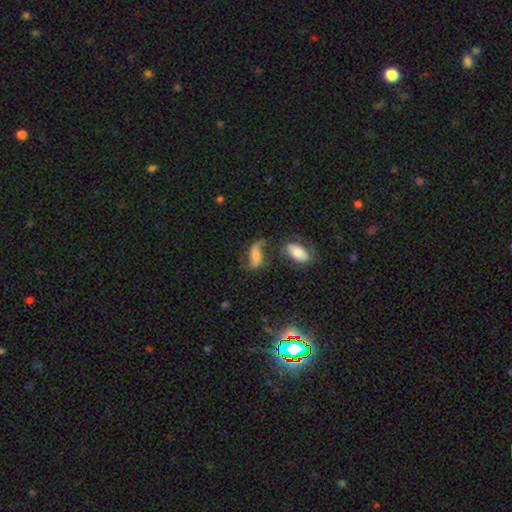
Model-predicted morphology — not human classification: Q: Smooth or featured?
A: featured or disk (58%); runner-up: smooth (31%)
Q: Edge-on disk?
A: no (92%); runner-up: yes (8%)
Q: Bar?
A: no (41%); runner-up: weak (34%)
Q: Spiral arms?
A: yes (88%); runner-up: no (12%)
Q: Bulge size?
A: none (34%); runner-up: small (29%)
Q: Merging?
A: none (43%); runner-up: minor disturbance (20%)